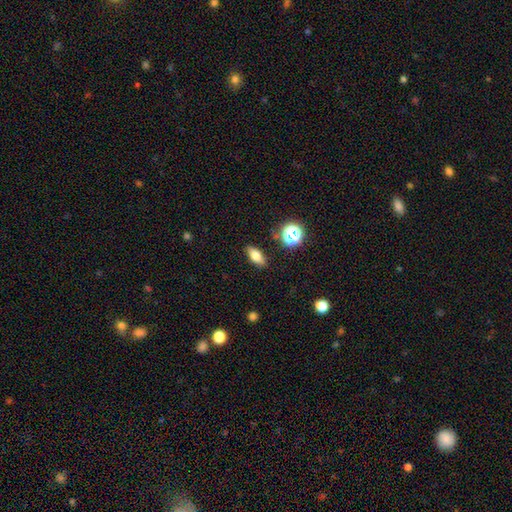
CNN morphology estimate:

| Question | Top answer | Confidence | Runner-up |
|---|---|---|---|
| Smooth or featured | smooth | 71% | featured or disk (17%) |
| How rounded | in between | 74% | cigar-shaped (18%) |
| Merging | none | 87% | minor disturbance (9%) |